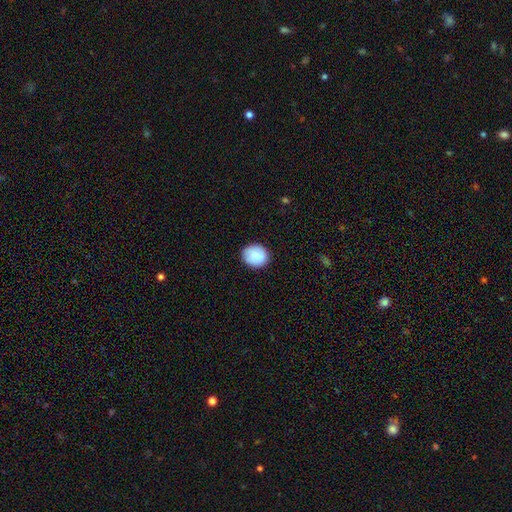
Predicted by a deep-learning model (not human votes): This is clearly a smooth galaxy (87%). How rounded: likely round (72%). Merging: clearly none (87%).